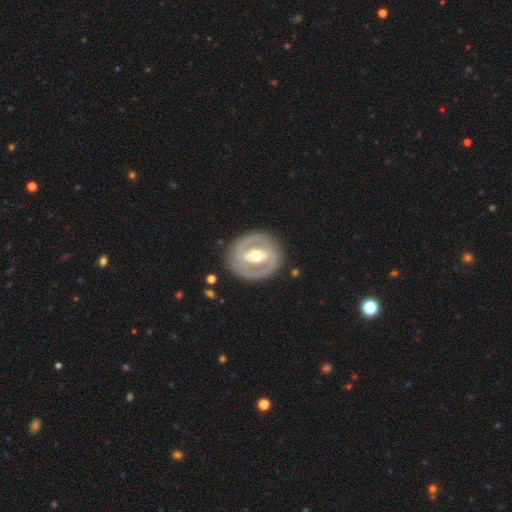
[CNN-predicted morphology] Q: Smooth or featured?
A: featured or disk (81%); runner-up: smooth (15%)
Q: Edge-on disk?
A: no (96%); runner-up: yes (4%)
Q: Bar?
A: strong (51%); runner-up: weak (31%)
Q: Spiral arms?
A: yes (69%); runner-up: no (31%)
Q: Spiral winding?
A: tight (57%); runner-up: medium (33%)
Q: Spiral arm count?
A: 2 (83%); runner-up: can't tell (9%)
Q: Bulge size?
A: moderate (71%); runner-up: small (19%)
Q: Merging?
A: none (85%); runner-up: minor disturbance (10%)